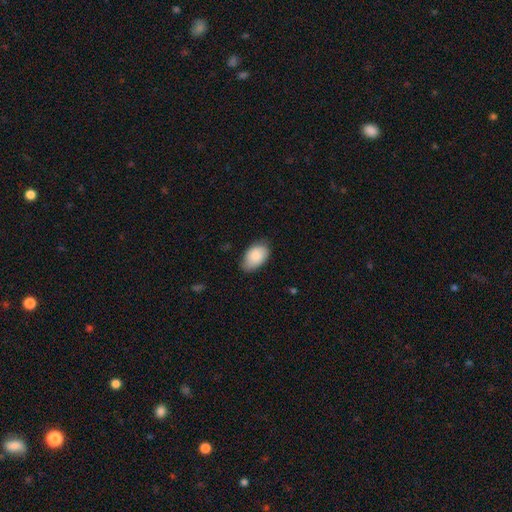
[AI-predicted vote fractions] smooth 86%, featured or disk 8%, star or artifact 6%. Down the decision tree: how rounded — in between (92%); merging — none (75%).